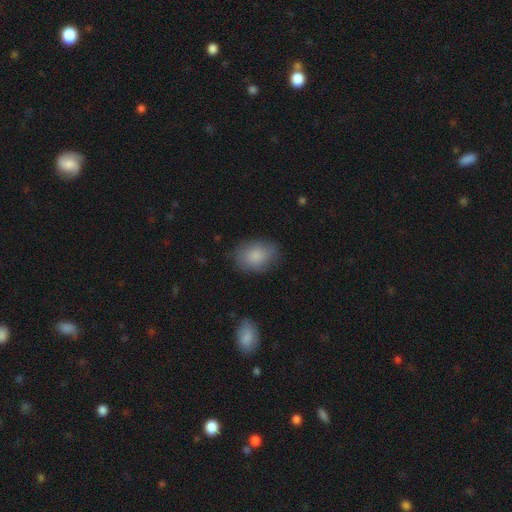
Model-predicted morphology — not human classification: smooth_or_featured: smooth (p=0.83) [alt: featured or disk p=0.10]
how_rounded: in between (p=0.74) [alt: round p=0.25]
merging: none (p=0.76) [alt: minor disturbance p=0.18]